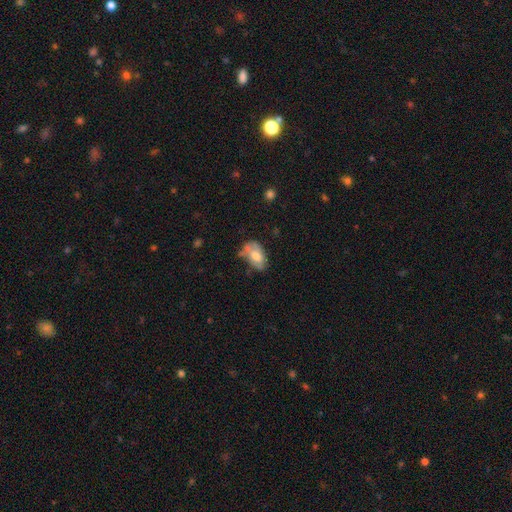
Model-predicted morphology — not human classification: A smooth galaxy with no disk features (59%) that is in between round and cigar-shaped (89%).

Vote fractions:
- Smooth or featured? smooth: 59% / featured or disk: 33% / star or artifact: 8%
- How rounded? in between: 89% / round: 8% / cigar-shaped: 2%
- Merging? none: 39% / minor disturbance: 33% / major disturbance: 16% / merger: 12%